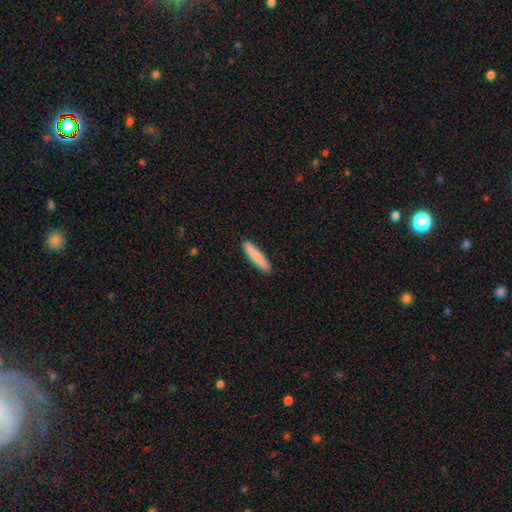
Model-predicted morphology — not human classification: This is clearly a smooth galaxy (84%). How rounded: clearly cigar-shaped (90%). Merging: clearly none (91%).